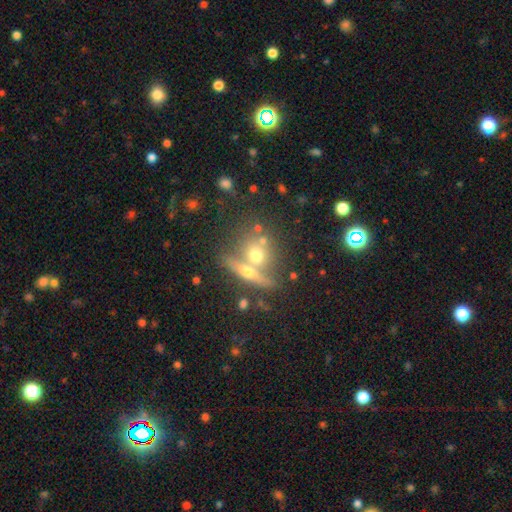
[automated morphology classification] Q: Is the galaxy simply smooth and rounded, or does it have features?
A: smooth — 47%.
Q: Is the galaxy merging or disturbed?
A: none — 44%.